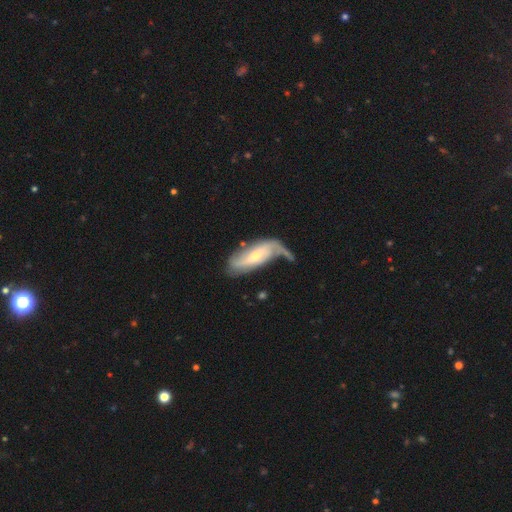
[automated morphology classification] Smooth or featured: featured or disk — 68% (smooth — 26%)
Edge-on disk: no — 87% (yes — 13%)
Bar: weak — 41% (no — 37%)
Spiral arms: yes — 86% (no — 14%)
Spiral winding: loose — 62% (medium — 25%)
Spiral arm count: 2 — 72% (1 — 12%)
Bulge size: small — 48% (moderate — 45%)
Merging: none — 37% (minor disturbance — 27%)